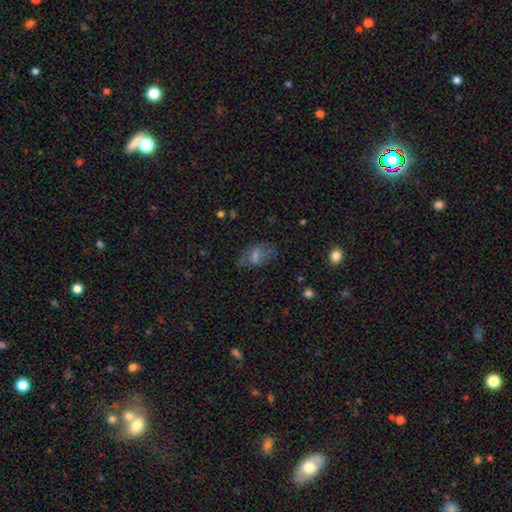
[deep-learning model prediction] Smooth or featured: smooth — 48% (featured or disk — 32%)
Merging: none — 62% (minor disturbance — 22%)